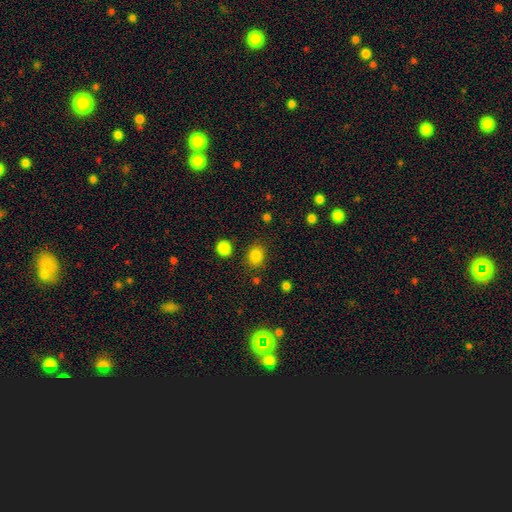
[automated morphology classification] This appears to be a smooth galaxy with no disk features (84%) that is round (66%). Merging: none (82%).